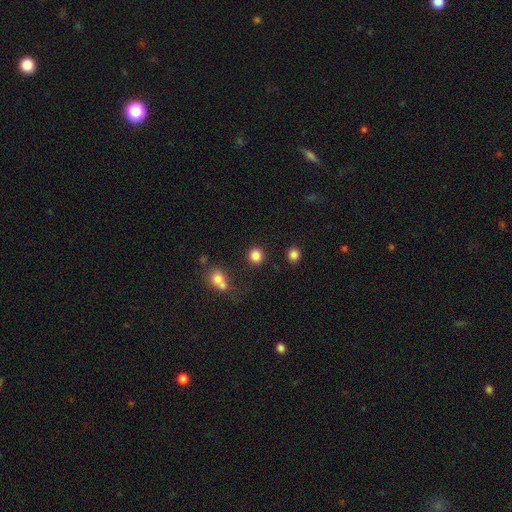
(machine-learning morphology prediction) type=smooth (85%); roundness=round (86%); merging=none (85%).